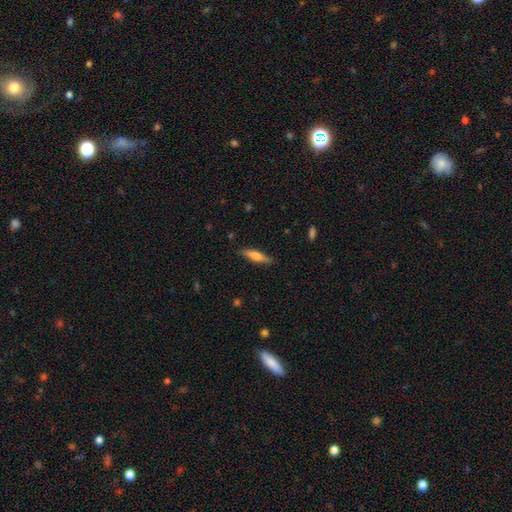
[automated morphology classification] This appears to be a smooth galaxy with no disk features (60%) that is cigar-shaped (75%). Merging: none (86%).